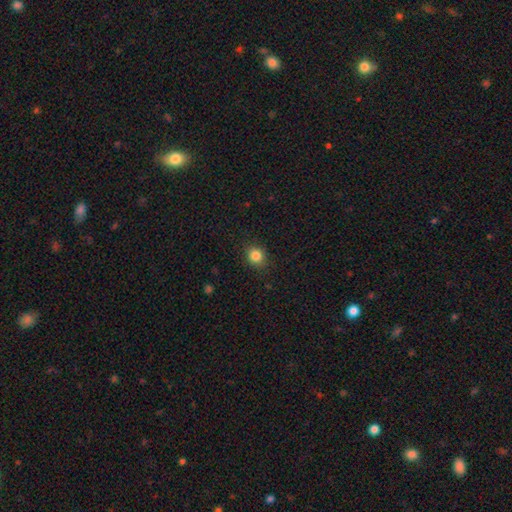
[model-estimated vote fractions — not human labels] Smooth or featured?
  - smooth: 84% *
  - star or artifact: 11%
  - featured or disk: 5%
How rounded?
  - round: 77% *
  - in between: 22%
  - cigar-shaped: 1%
Merging?
  - none: 88% *
  - minor disturbance: 8%
  - major disturbance: 2%
  - merger: 1%